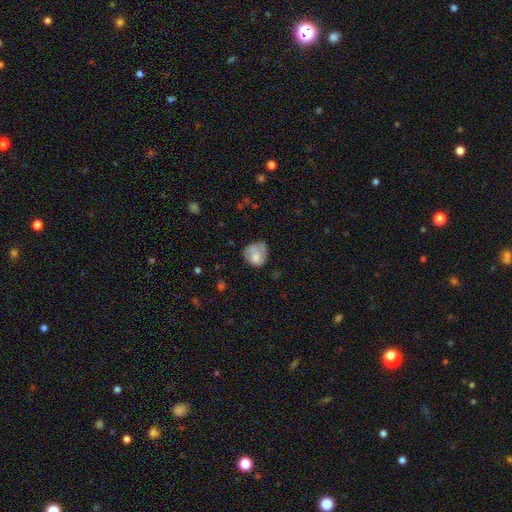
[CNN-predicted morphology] The model was most divided on "merging": none: 47%, minor disturbance: 33%, major disturbance: 16%, merger: 4%. More confident: smooth or featured — smooth (73%); how rounded — round (71%).